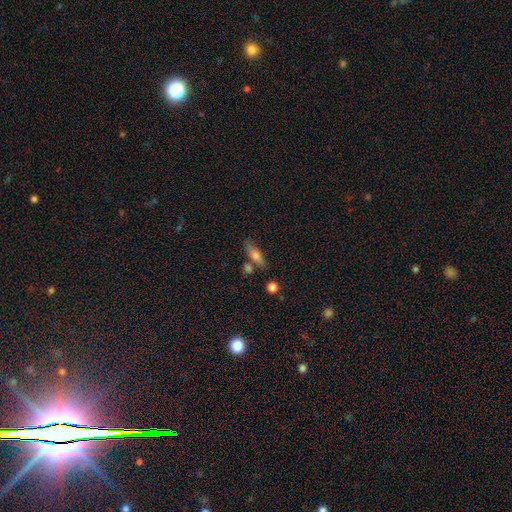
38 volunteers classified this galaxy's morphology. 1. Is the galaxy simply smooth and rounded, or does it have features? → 71% smooth, 26% featured or disk, 3% star or artifact.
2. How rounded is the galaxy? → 56% cigar-shaped, 44% in between, 0% round.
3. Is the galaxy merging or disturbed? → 76% none, 16% minor disturbance, 5% merger, 3% major disturbance.